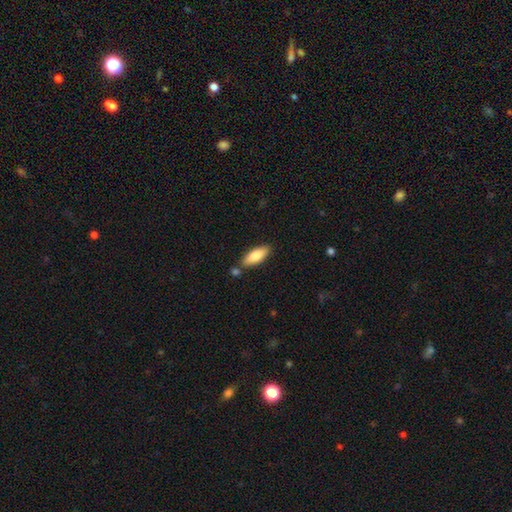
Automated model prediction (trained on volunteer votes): This appears to be a smooth galaxy with no disk features (81%) that is in between round and cigar-shaped (69%). Merging: none (77%).